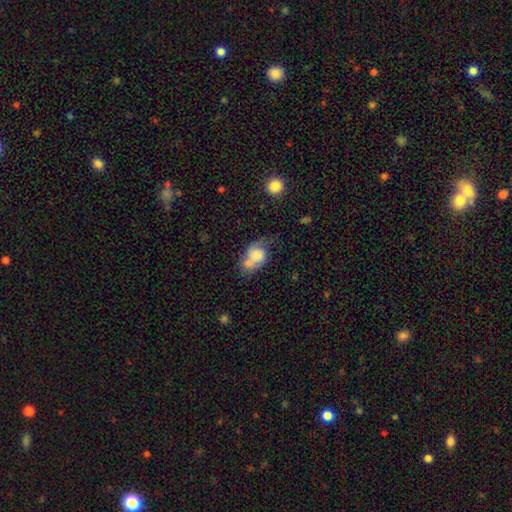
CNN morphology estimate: A smooth galaxy with no disk features (62%) that is in between round and cigar-shaped (61%).

Vote fractions:
- Smooth or featured? smooth: 62% / featured or disk: 30% / star or artifact: 9%
- How rounded? in between: 61% / round: 37% / cigar-shaped: 2%
- Merging? merger: 42% / none: 24% / minor disturbance: 19% / major disturbance: 15%